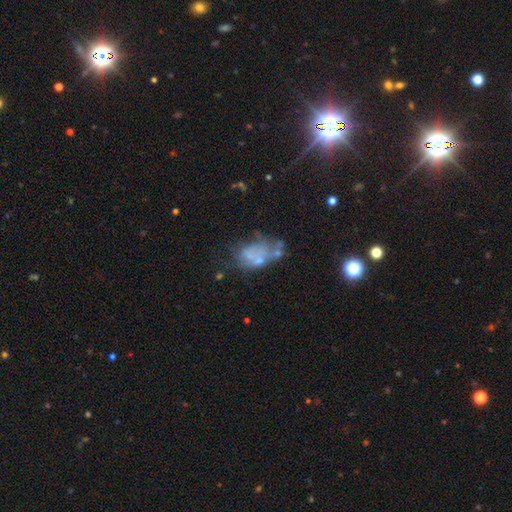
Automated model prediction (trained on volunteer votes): A featured or disk galaxy (50%).

Vote fractions:
- Smooth or featured? featured or disk: 50% / smooth: 34% / star or artifact: 15%
- Edge-on disk? no: 97% / yes: 3%
- Merging? none: 30% / major disturbance: 26% / merger: 24% / minor disturbance: 19%